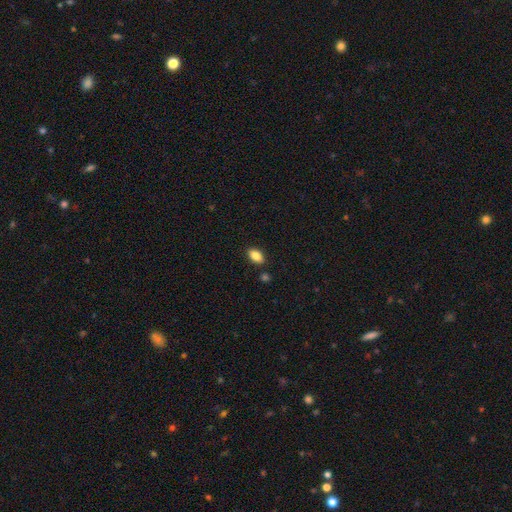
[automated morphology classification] Q: Smooth or featured?
A: smooth (85%); runner-up: star or artifact (8%)
Q: How rounded?
A: in between (91%); runner-up: round (7%)
Q: Merging?
A: none (86%); runner-up: minor disturbance (9%)